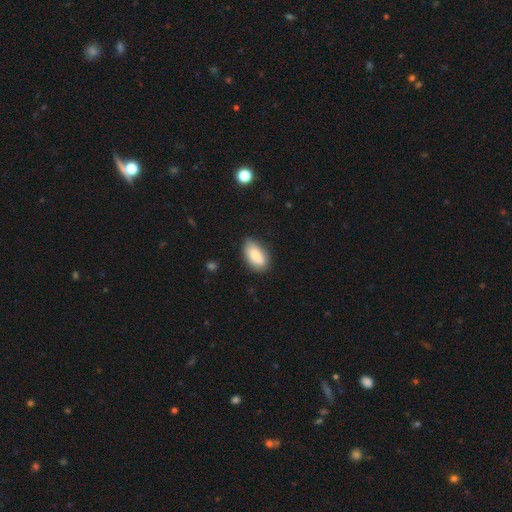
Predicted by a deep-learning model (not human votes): smooth 83%, featured or disk 11%, star or artifact 7%. Down the decision tree: how rounded — in between (92%); merging — none (74%).